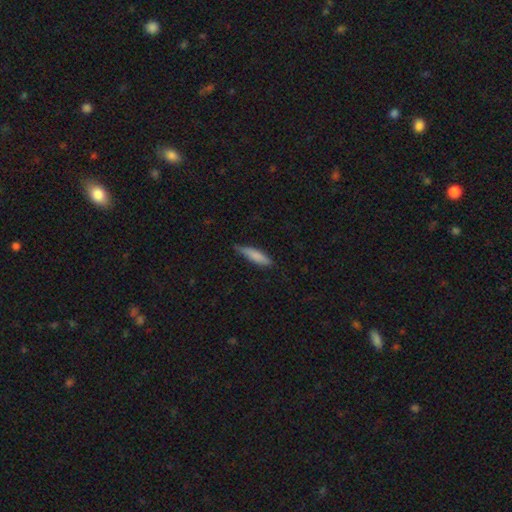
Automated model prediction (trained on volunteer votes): This is likely a smooth galaxy (79%). How rounded: likely cigar-shaped (74%). Merging: likely none (69%).